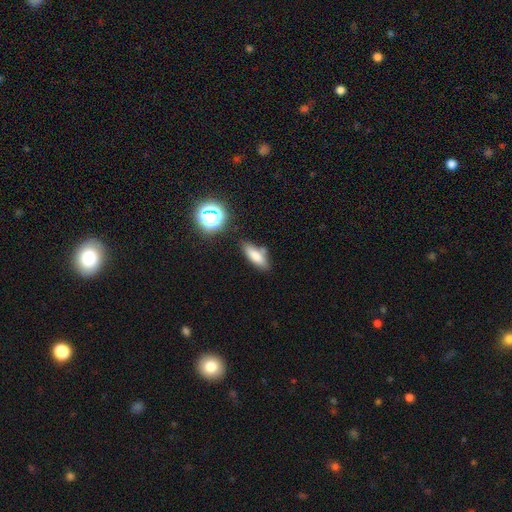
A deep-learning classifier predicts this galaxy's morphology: Overall: smooth (75%). How rounded: in between (58%; cigar-shaped 38%). Merging: none (69%).